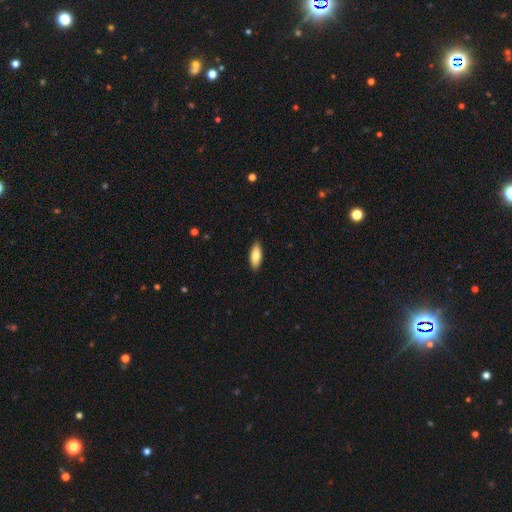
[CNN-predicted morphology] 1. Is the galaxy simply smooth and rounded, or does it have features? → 80% smooth, 14% featured or disk, 6% star or artifact.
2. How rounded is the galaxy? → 76% in between, 22% cigar-shaped, 2% round.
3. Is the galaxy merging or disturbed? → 89% none, 8% minor disturbance, 2% major disturbance, 1% merger.